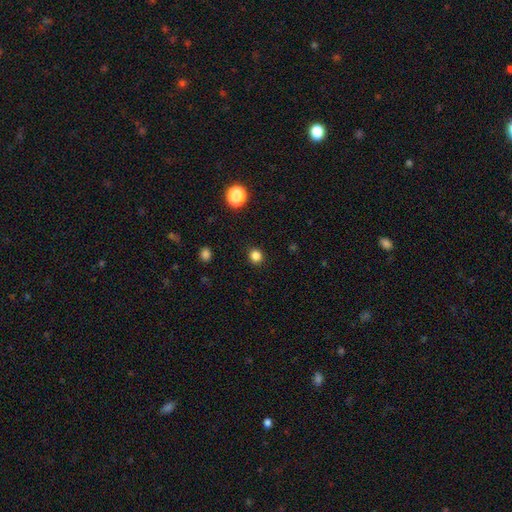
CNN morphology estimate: A smooth galaxy with no disk features (83%) that is round (86%). Merging: none (90%).